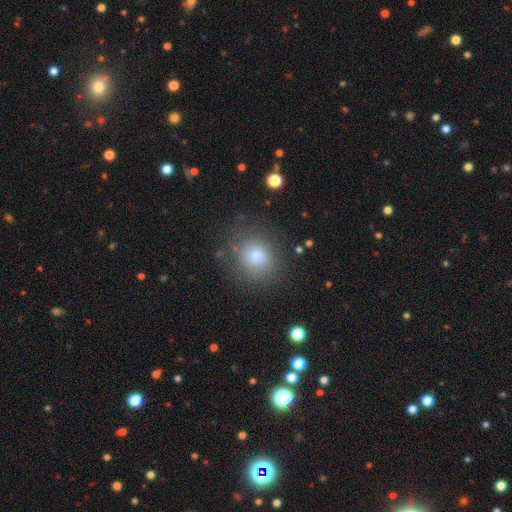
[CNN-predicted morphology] A smooth galaxy with no disk features (79%) that is round (78%).

Vote fractions:
- Smooth or featured? smooth: 79% / star or artifact: 12% / featured or disk: 9%
- How rounded? round: 78% / in between: 21% / cigar-shaped: 1%
- Merging? none: 81% / minor disturbance: 12% / major disturbance: 5% / merger: 2%